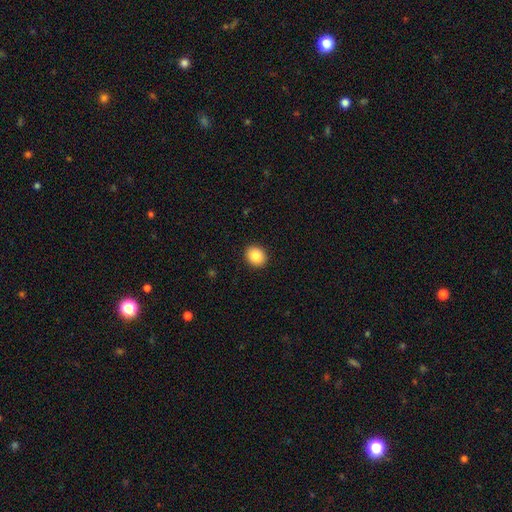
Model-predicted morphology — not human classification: A smooth galaxy with no disk features (86%) that is round (66%).

Vote fractions:
- Smooth or featured? smooth: 86% / star or artifact: 9% / featured or disk: 6%
- How rounded? round: 66% / in between: 33% / cigar-shaped: 1%
- Merging? none: 92% / minor disturbance: 6% / major disturbance: 2% / merger: 1%